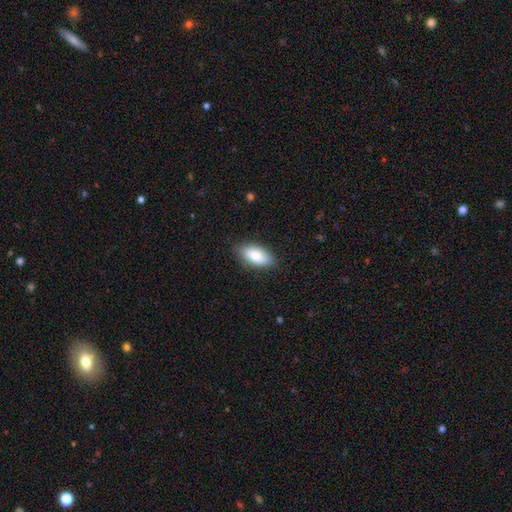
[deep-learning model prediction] Smooth or featured: smooth — 81% (featured or disk — 12%)
How rounded: in between — 92% (cigar-shaped — 5%)
Merging: none — 82% (minor disturbance — 14%)